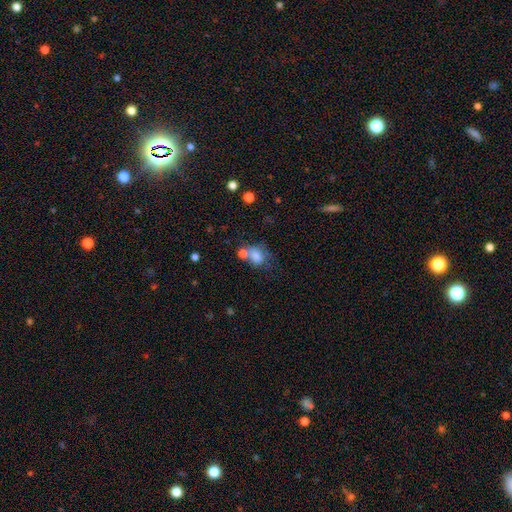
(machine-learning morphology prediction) smooth-or-featured: smooth: 76% | featured or disk: 13% | star or artifact: 11%
  how-rounded: in between: 65% | round: 34% | cigar-shaped: 1%
  merging: merger: 40% | none: 31% | minor disturbance: 17% | major disturbance: 12%